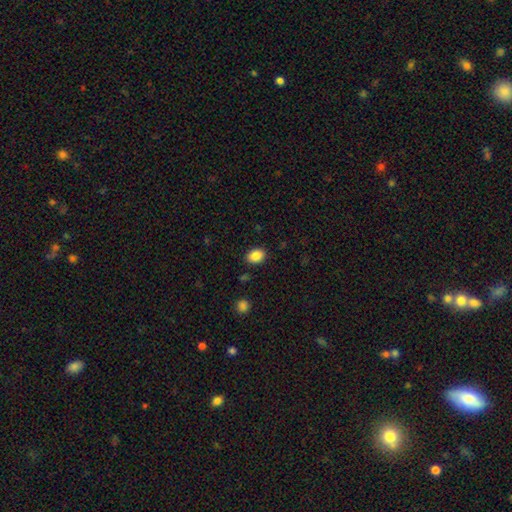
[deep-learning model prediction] smooth 87%, star or artifact 9%, featured or disk 4%. Down the decision tree: how rounded — in between (64%); merging — none (87%).